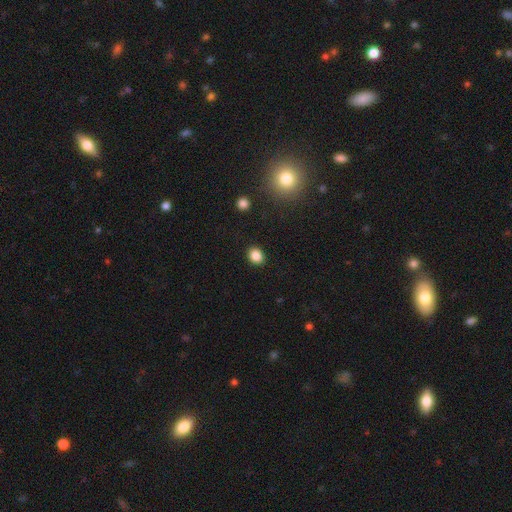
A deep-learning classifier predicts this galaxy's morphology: This appears to be a smooth galaxy with no disk features (86%) that is round (54%). Merging: none (90%).